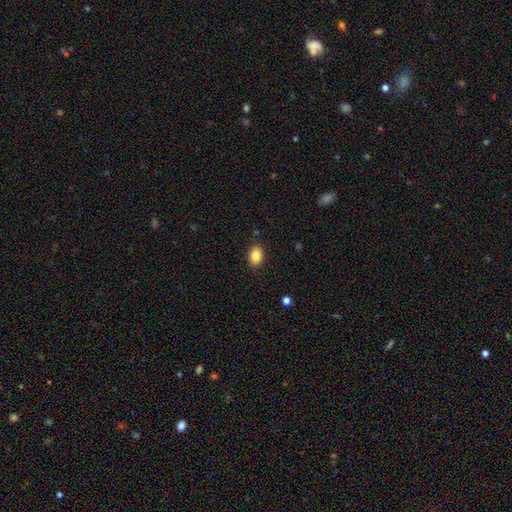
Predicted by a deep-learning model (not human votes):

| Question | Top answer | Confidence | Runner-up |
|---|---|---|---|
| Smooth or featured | smooth | 85% | star or artifact (8%) |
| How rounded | in between | 81% | round (18%) |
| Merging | none | 87% | minor disturbance (9%) |